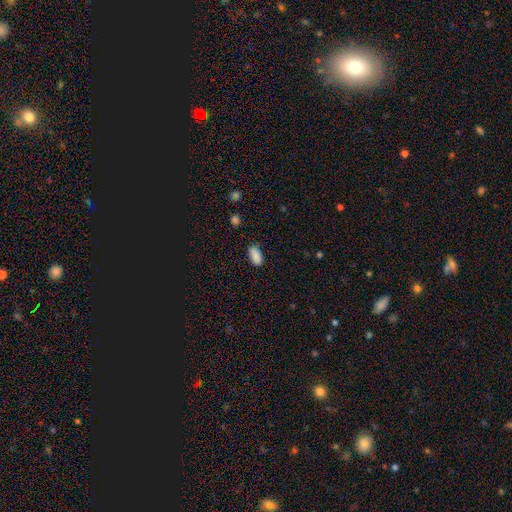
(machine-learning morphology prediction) This appears to be a smooth galaxy with no disk features (87%) that is in between round and cigar-shaped (93%). Merging: none (74%).